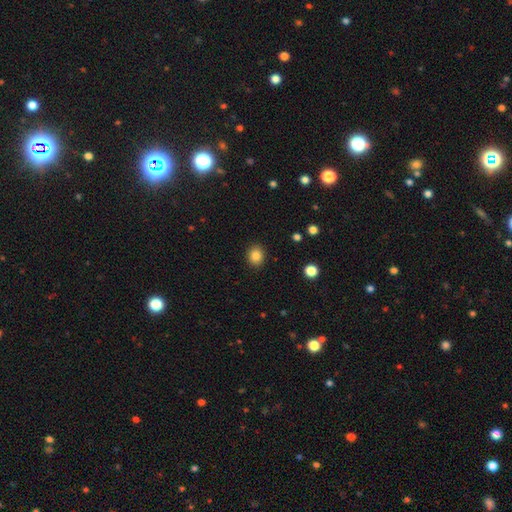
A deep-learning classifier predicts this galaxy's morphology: smooth 85%, star or artifact 10%, featured or disk 5%. Down the decision tree: how rounded — round (64%); merging — none (90%).